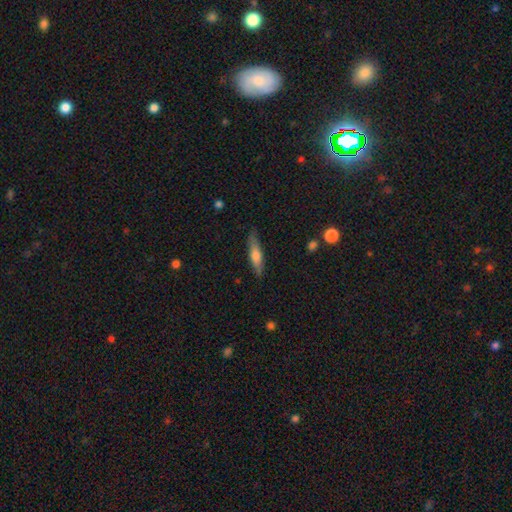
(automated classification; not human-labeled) Overall: smooth (59%; featured or disk 35%). How rounded: cigar-shaped (75%). Merging: none (83%).